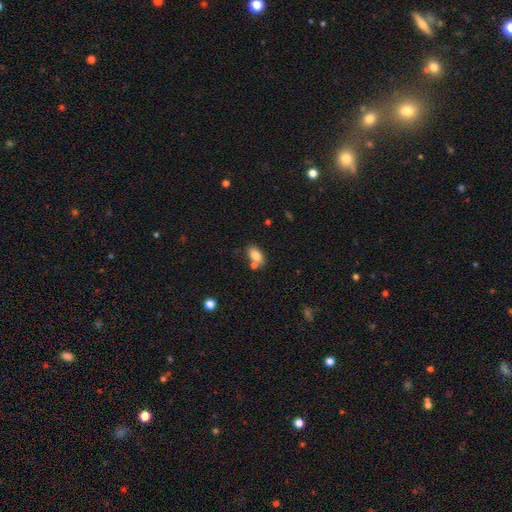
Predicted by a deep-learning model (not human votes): smooth_or_featured: smooth (p=0.82) [alt: featured or disk p=0.10]
how_rounded: in between (p=0.89) [alt: round p=0.08]
merging: none (p=0.59) [alt: merger p=0.22]